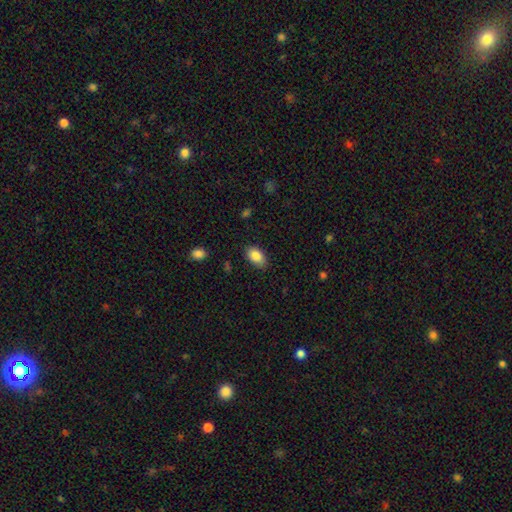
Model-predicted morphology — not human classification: Smooth or featured? Predicted: smooth (p=0.86). How rounded? Predicted: in between (p=0.89). Merging? Predicted: none (p=0.81).